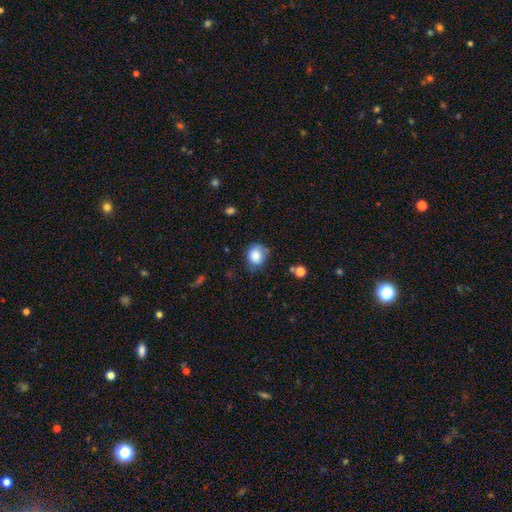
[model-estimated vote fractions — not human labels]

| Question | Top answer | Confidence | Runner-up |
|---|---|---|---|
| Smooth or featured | smooth | 82% | featured or disk (9%) |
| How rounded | round | 75% | in between (25%) |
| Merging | none | 62% | minor disturbance (28%) |